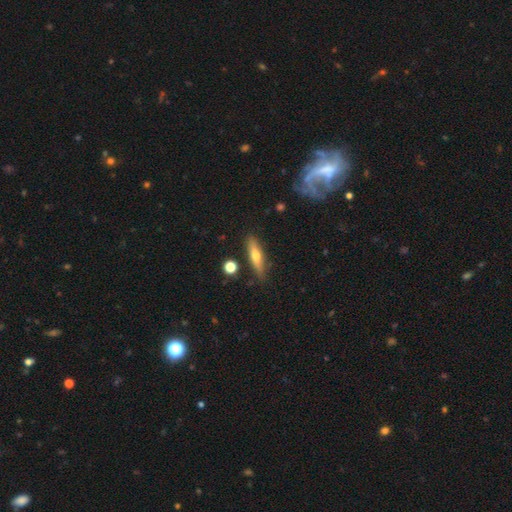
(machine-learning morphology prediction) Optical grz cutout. It shows a smooth galaxy with no disk features (50%). Merging: none (84%).